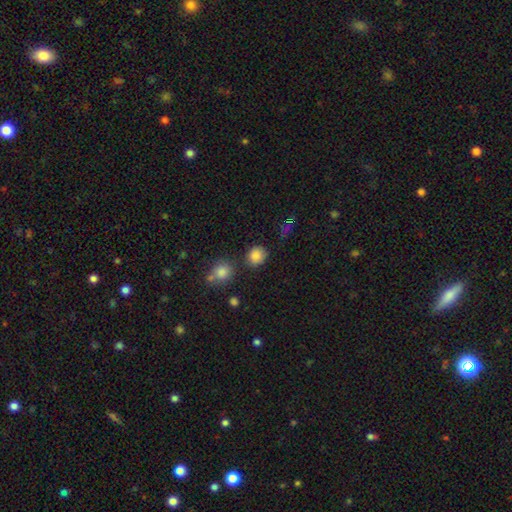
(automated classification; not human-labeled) This appears to be a smooth galaxy with no disk features (83%) that is round (80%). Merging: none (77%).